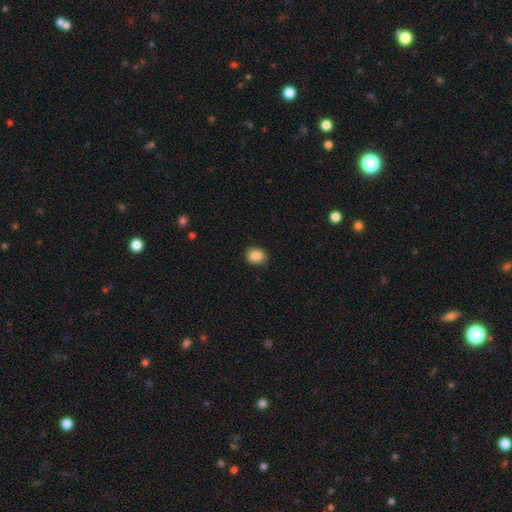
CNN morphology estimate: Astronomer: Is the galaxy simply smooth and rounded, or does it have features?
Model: smooth — 87%.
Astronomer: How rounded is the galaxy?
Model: round — 54% (runner-up: in between, 45%).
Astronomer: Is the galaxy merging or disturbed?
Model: none — 88%.